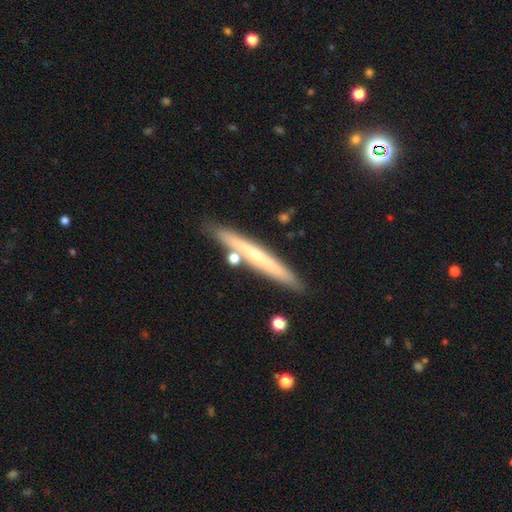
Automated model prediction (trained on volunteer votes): A featured or disk galaxy (51%) viewed edge-on (94%). Merging: none (83%).